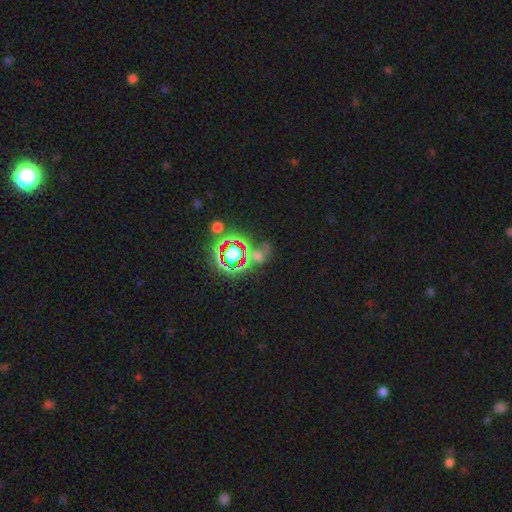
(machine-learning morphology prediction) Smooth or featured? Predicted: star or artifact (p=0.70).